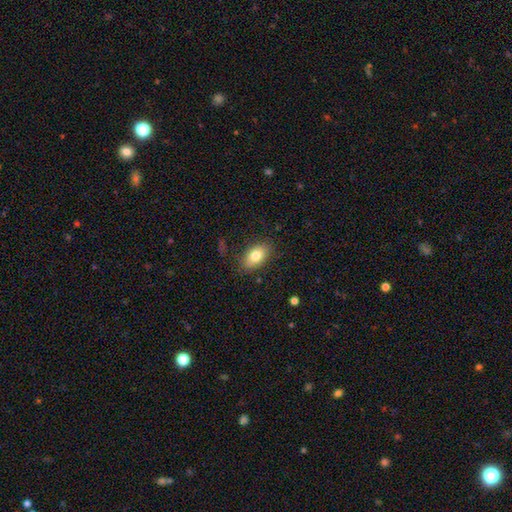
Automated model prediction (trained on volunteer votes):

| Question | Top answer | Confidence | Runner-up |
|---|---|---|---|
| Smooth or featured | smooth | 80% | featured or disk (13%) |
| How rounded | in between | 90% | round (8%) |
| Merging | none | 83% | minor disturbance (13%) |